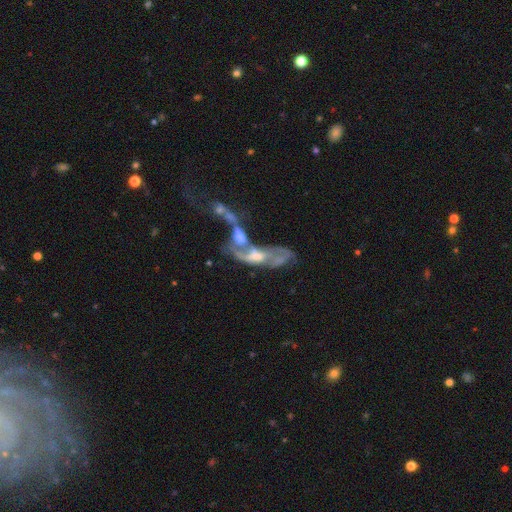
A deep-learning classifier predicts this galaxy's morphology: A featured or disk galaxy (72%) with no bar (65%), spiral arms (65%) and a moderate central bulge (46%).

Vote fractions:
- Smooth or featured? featured or disk: 72% / smooth: 17% / star or artifact: 11%
- Edge-on disk? no: 87% / yes: 13%
- Bar? no: 65% / weak: 26% / strong: 9%
- Spiral arms? yes: 65% / no: 35%
- Bulge size? moderate: 46% / small: 26% / none: 17% / large: 8% / dominant: 2%
- Merging? merger: 68% / major disturbance: 16% / none: 10% / minor disturbance: 6%